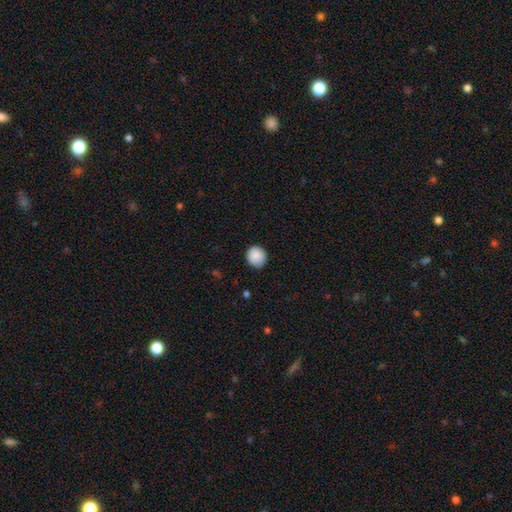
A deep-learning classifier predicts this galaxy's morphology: type=smooth (89%); roundness=round (90%); merging=none (87%).